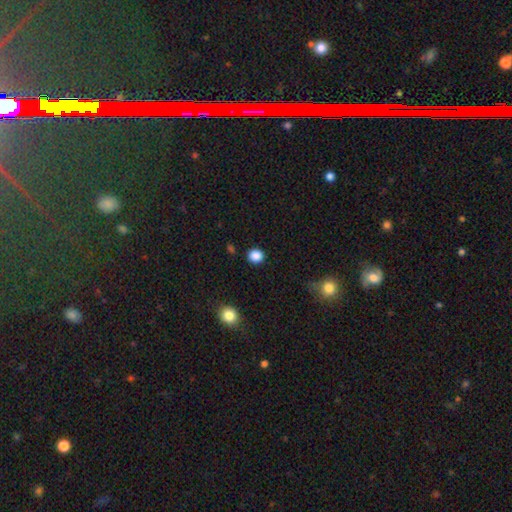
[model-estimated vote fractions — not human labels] smooth_or_featured: smooth (p=0.87) [alt: star or artifact p=0.10]
how_rounded: round (p=0.84) [alt: in between p=0.15]
merging: none (p=0.90) [alt: minor disturbance p=0.07]